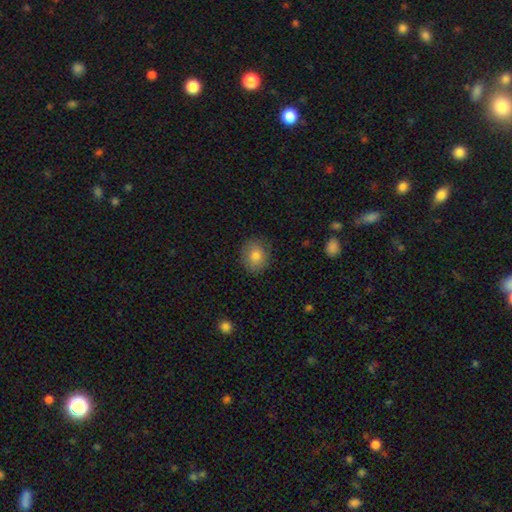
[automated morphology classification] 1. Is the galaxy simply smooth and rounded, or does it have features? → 80% smooth, 11% featured or disk, 9% star or artifact.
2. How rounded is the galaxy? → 76% round, 23% in between, 1% cigar-shaped.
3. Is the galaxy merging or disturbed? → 84% none, 12% minor disturbance, 3% major disturbance, 1% merger.